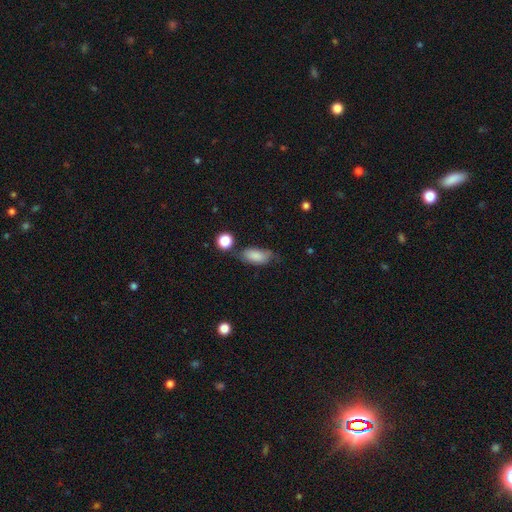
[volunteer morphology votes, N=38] Q: Smooth or featured?
A: smooth (84%); runner-up: featured or disk (13%)
Q: How rounded?
A: in between (97%); runner-up: round (3%)
Q: Merging?
A: none (73%); runner-up: minor disturbance (19%)